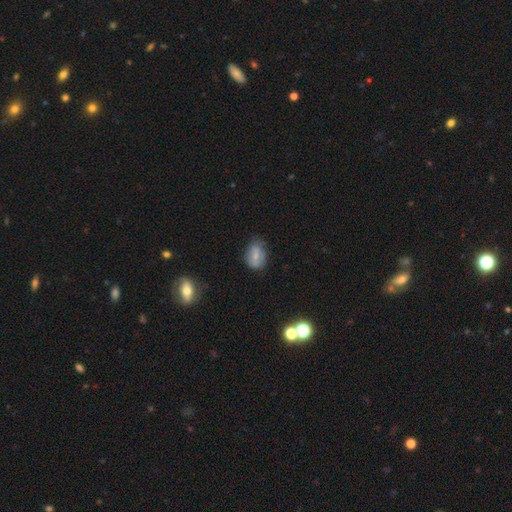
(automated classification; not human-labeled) Q: Smooth or featured?
A: smooth (62%); runner-up: featured or disk (29%)
Q: How rounded?
A: in between (69%); runner-up: round (29%)
Q: Merging?
A: none (62%); runner-up: minor disturbance (28%)